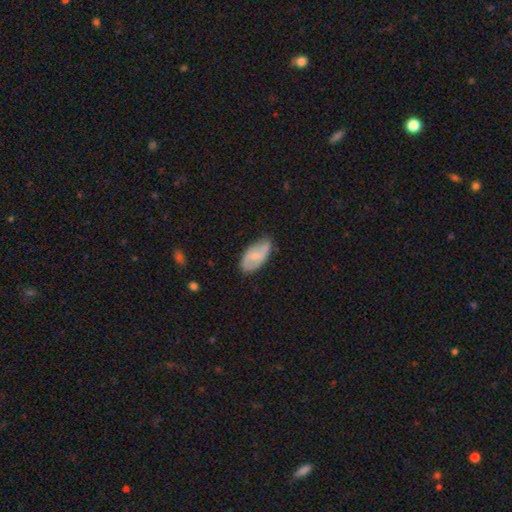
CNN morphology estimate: smooth-or-featured: featured or disk: 50% | smooth: 44% | star or artifact: 6%
  merging: none: 62% | minor disturbance: 30% | major disturbance: 6% | merger: 2%